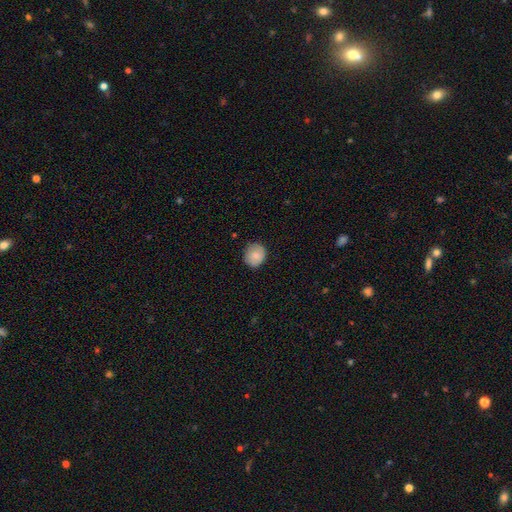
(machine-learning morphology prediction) A smooth galaxy with no disk features (81%) that is round (75%).

Vote fractions:
- Smooth or featured? smooth: 81% / featured or disk: 11% / star or artifact: 8%
- How rounded? round: 75% / in between: 24% / cigar-shaped: 1%
- Merging? none: 79% / minor disturbance: 17% / major disturbance: 3% / merger: 1%